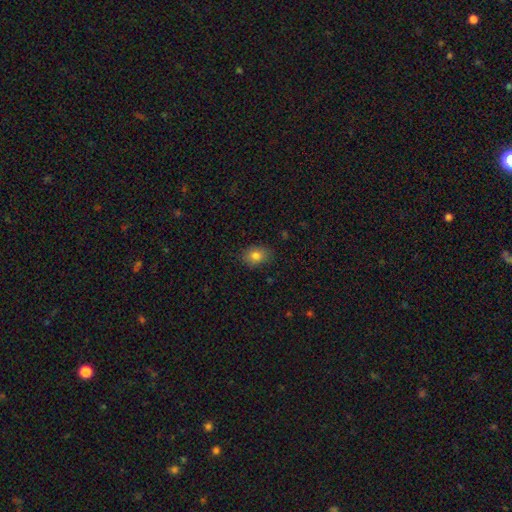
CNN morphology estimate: Q: Smooth or featured?
A: smooth (81%); runner-up: star or artifact (11%)
Q: How rounded?
A: in between (63%); runner-up: round (36%)
Q: Merging?
A: none (84%); runner-up: minor disturbance (12%)